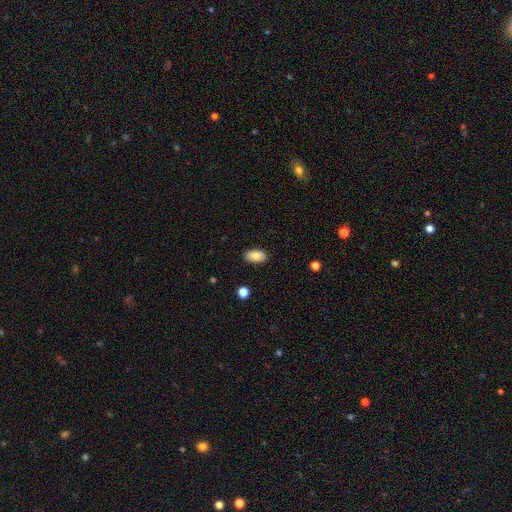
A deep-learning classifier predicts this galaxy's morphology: Q: Smooth or featured?
A: smooth (80%); runner-up: featured or disk (12%)
Q: How rounded?
A: in between (93%); runner-up: round (6%)
Q: Merging?
A: none (87%); runner-up: minor disturbance (9%)